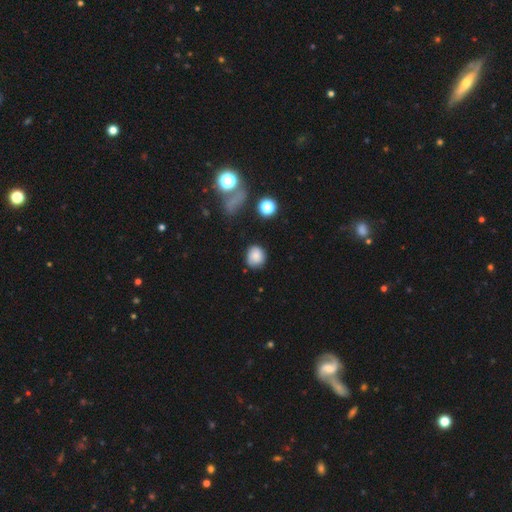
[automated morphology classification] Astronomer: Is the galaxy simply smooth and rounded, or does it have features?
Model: smooth — 79%.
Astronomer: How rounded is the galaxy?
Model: round — 79%.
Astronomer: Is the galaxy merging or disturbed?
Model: none — 75%.